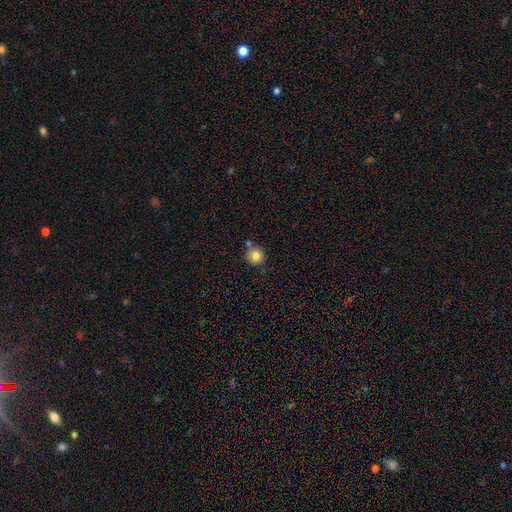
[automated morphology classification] Smooth or featured: smooth — 83% (star or artifact — 10%)
How rounded: round — 91% (in between — 8%)
Merging: none — 72% (merger — 15%)